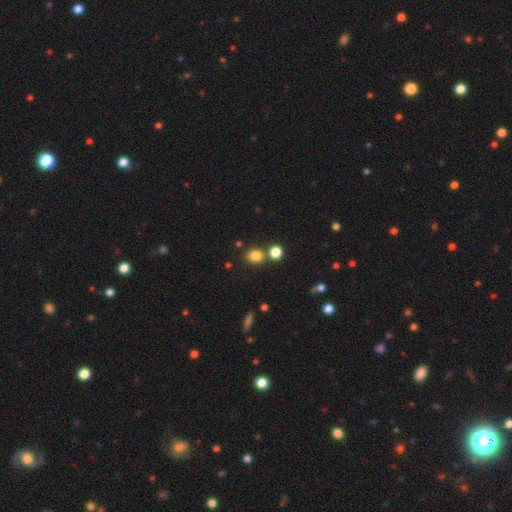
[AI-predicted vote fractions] Smooth or featured? Predicted: smooth (p=0.82). How rounded? Predicted: round (p=0.66). Merging? Predicted: none (p=0.72).